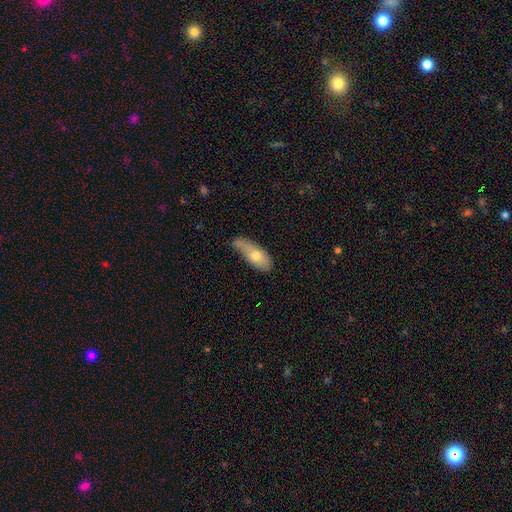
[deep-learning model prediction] Morphology: type=smooth (68%); roundness=in between (69%); merging=none (41%).